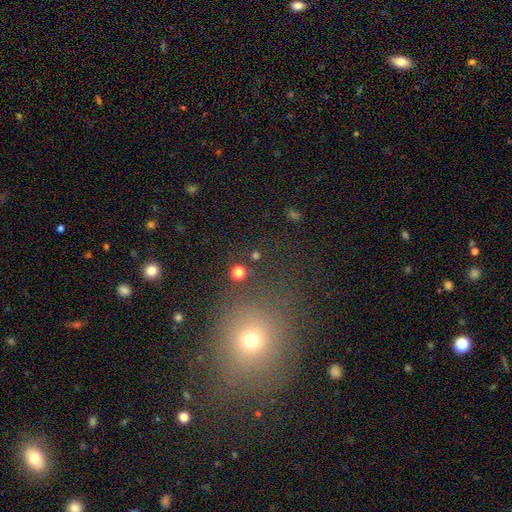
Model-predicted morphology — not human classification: smooth_or_featured: smooth (p=0.56) [alt: star or artifact p=0.34]
how_rounded: round (p=0.86) [alt: in between p=0.12]
merging: none (p=0.81) [alt: minor disturbance p=0.08]